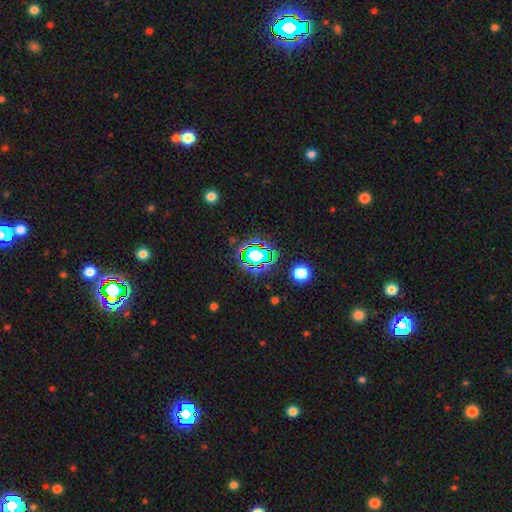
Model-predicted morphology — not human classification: Smooth or featured? Predicted: star or artifact (p=0.66).